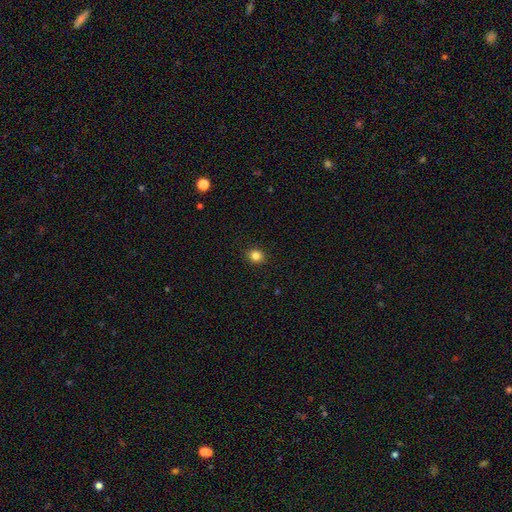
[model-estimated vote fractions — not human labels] smooth-or-featured: smooth: 84% | star or artifact: 12% | featured or disk: 5%
  how-rounded: round: 68% | in between: 31% | cigar-shaped: 1%
  merging: none: 91% | minor disturbance: 6% | major disturbance: 2% | merger: 1%